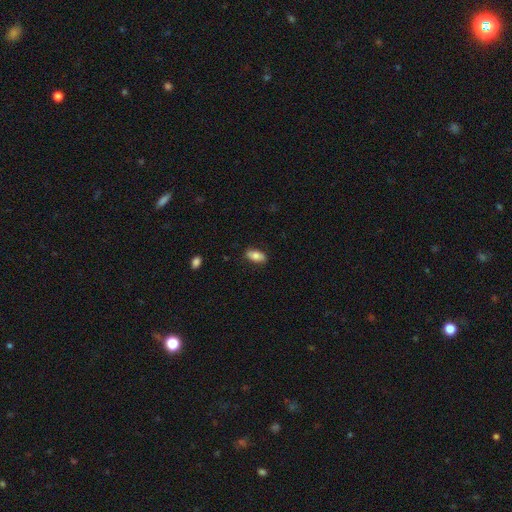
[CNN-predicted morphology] This is likely a smooth galaxy (79%). How rounded: clearly in between (90%). Merging: clearly none (85%).